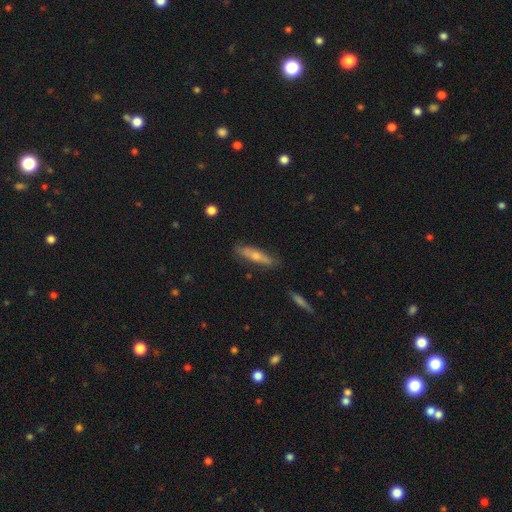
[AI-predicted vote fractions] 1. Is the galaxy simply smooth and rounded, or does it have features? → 47% featured or disk, 45% smooth, 8% star or artifact.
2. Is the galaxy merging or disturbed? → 83% none, 13% minor disturbance, 2% major disturbance, 2% merger.